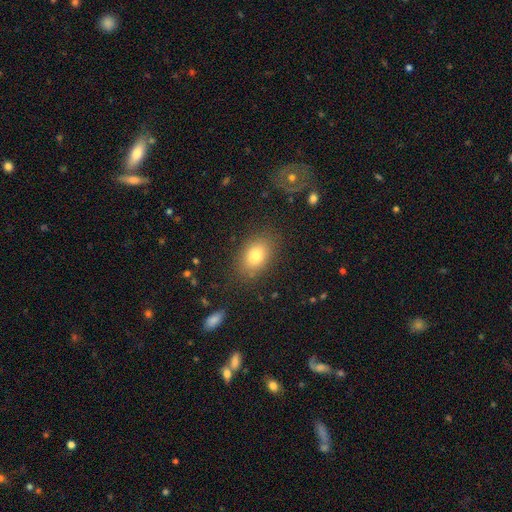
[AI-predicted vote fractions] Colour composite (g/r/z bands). It shows a smooth galaxy with no disk features (79%) that is in between round and cigar-shaped (79%). Merging: none (84%).